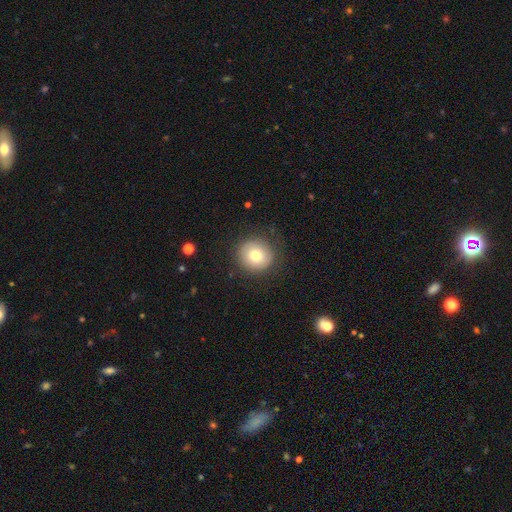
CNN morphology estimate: type=smooth (76%); roundness=round (89%); merging=none (84%).